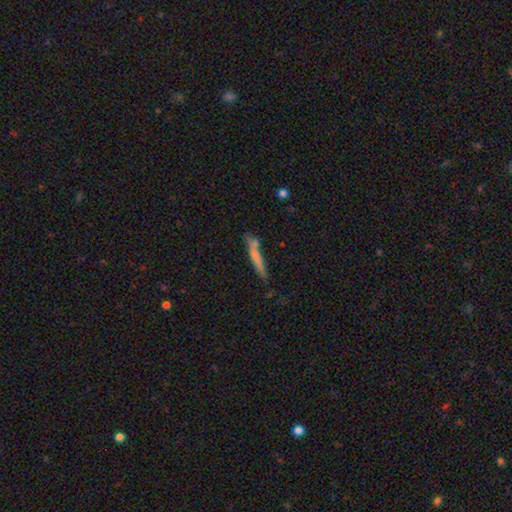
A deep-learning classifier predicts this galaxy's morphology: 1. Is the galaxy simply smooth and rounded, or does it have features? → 64% smooth, 29% featured or disk, 7% star or artifact.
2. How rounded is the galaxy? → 94% cigar-shaped, 4% in between, 2% round.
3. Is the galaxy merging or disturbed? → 71% none, 15% minor disturbance, 10% merger, 4% major disturbance.